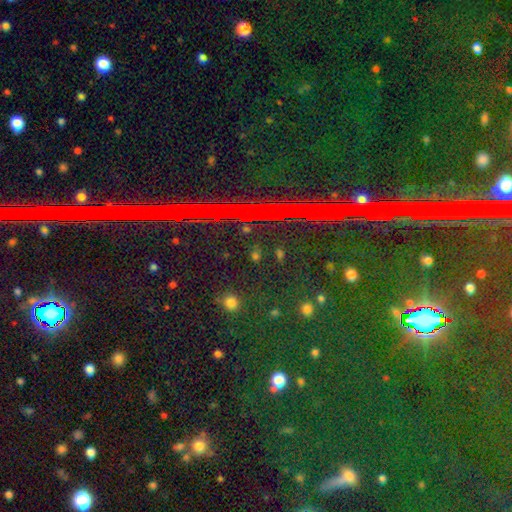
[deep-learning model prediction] The model was most divided on "smooth or featured": star or artifact: 54%, smooth: 37%, featured or disk: 9%.